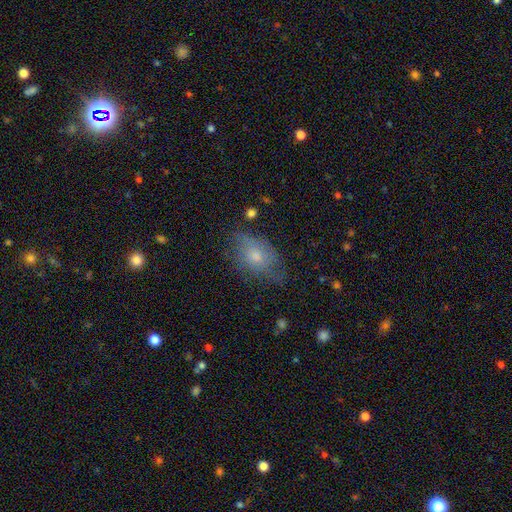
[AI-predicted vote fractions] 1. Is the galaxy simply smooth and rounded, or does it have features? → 59% smooth, 30% featured or disk, 11% star or artifact.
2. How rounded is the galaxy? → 81% in between, 16% round, 2% cigar-shaped.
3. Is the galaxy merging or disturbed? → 60% none, 28% minor disturbance, 10% major disturbance, 2% merger.